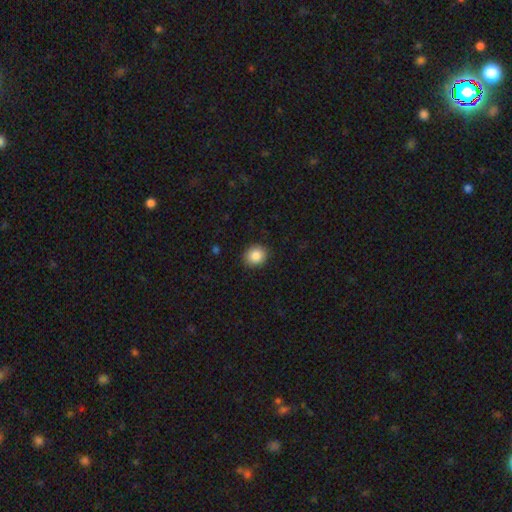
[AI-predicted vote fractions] This is clearly a smooth galaxy (87%). How rounded: clearly round (81%). Merging: clearly none (90%).